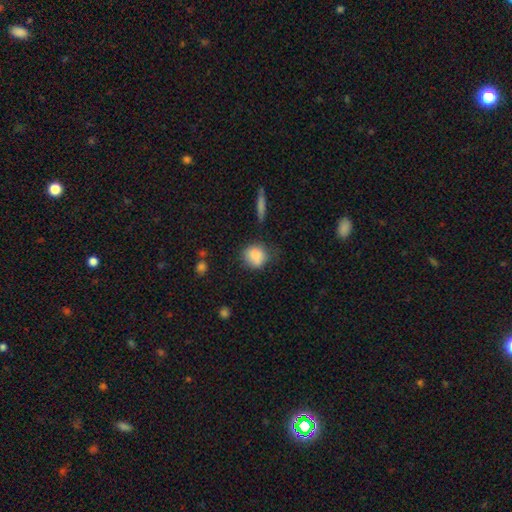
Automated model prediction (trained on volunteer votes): Smooth or featured? Predicted: smooth (p=0.85). How rounded? Predicted: round (p=0.75). Merging? Predicted: none (p=0.66).